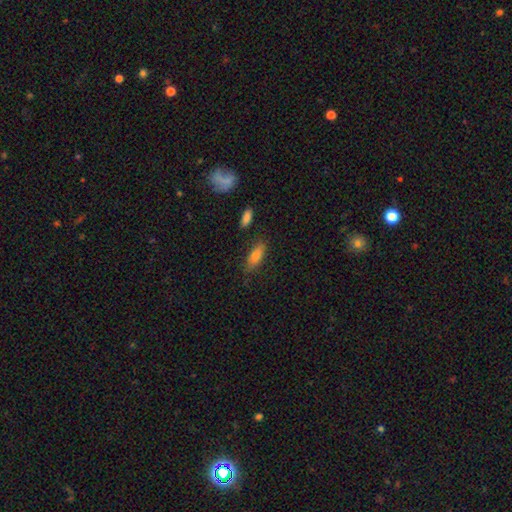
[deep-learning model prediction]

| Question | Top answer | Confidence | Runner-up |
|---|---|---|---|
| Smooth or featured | smooth | 78% | featured or disk (15%) |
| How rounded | in between | 72% | cigar-shaped (25%) |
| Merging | none | 78% | minor disturbance (15%) |